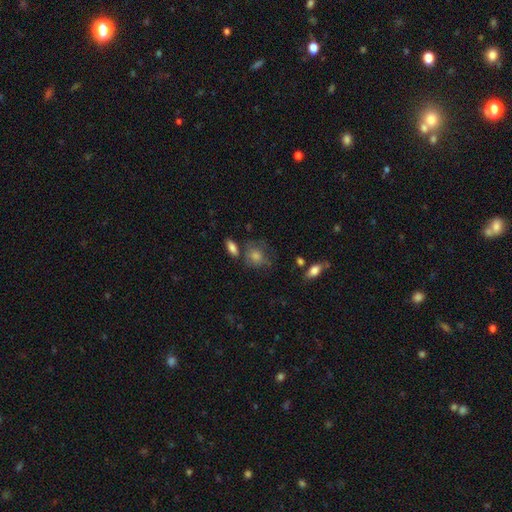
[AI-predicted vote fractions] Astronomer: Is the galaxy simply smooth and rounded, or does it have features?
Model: smooth — 61%.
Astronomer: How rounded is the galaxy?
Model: round — 62%.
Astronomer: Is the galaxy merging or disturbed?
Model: none — 56%.